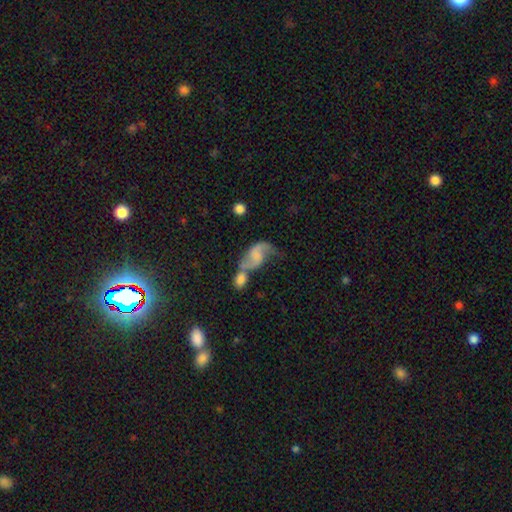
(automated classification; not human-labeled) featured or disk 66%, smooth 25%, star or artifact 9%. Down the decision tree: edge-on disk — no (96%); bar — no (56%); spiral arms — yes (86%); spiral arm count — 2 (86%); spiral winding — loose (75%); bulge size — none (54%); merging — merger (51%).